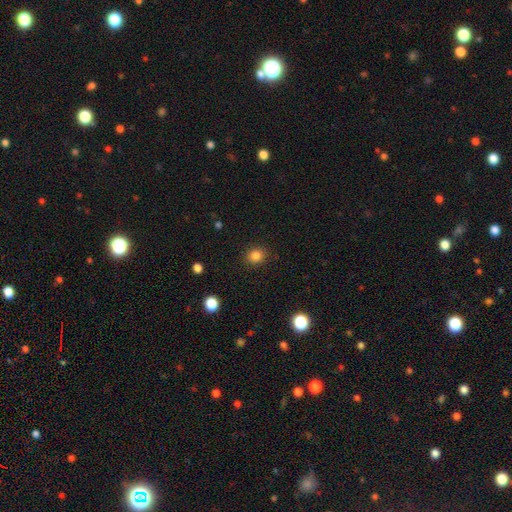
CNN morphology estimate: Q: Smooth or featured?
A: smooth (84%); runner-up: star or artifact (12%)
Q: How rounded?
A: round (78%); runner-up: in between (22%)
Q: Merging?
A: none (90%); runner-up: minor disturbance (7%)